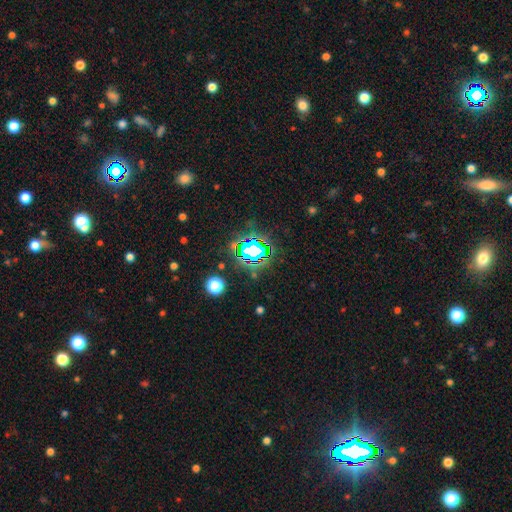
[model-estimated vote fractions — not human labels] Smooth or featured? Predicted: star or artifact (p=0.69).